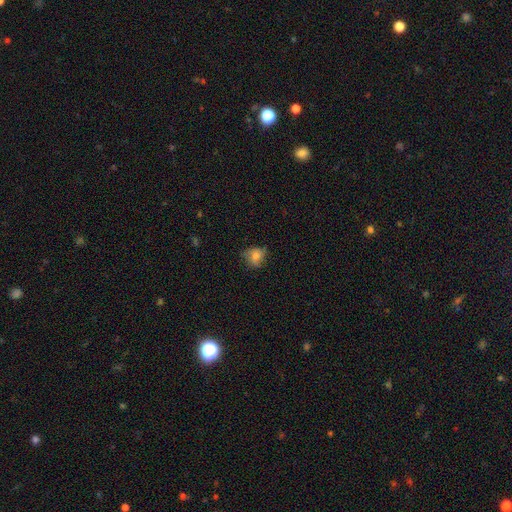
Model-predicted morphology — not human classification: A smooth galaxy with no disk features (70%) that is round (60%). Merging: none (61%).